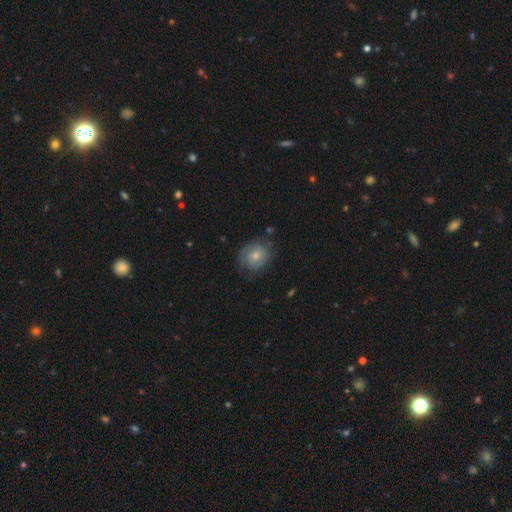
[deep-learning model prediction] A smooth galaxy with no disk features (53%) that is round (72%). Merging: none (70%).